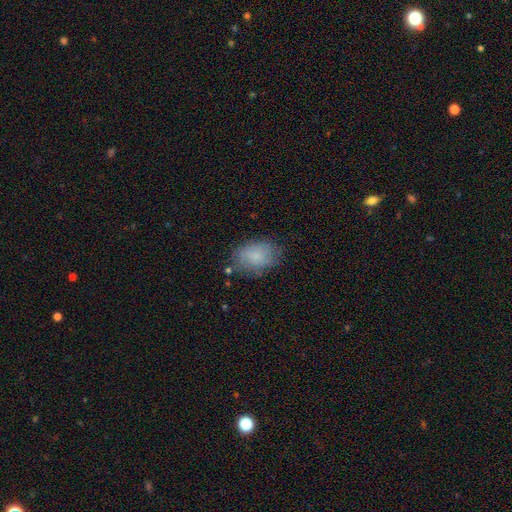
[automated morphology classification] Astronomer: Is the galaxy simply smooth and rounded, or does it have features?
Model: smooth — 77%.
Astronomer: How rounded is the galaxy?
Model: in between — 85%.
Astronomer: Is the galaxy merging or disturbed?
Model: none — 70%.